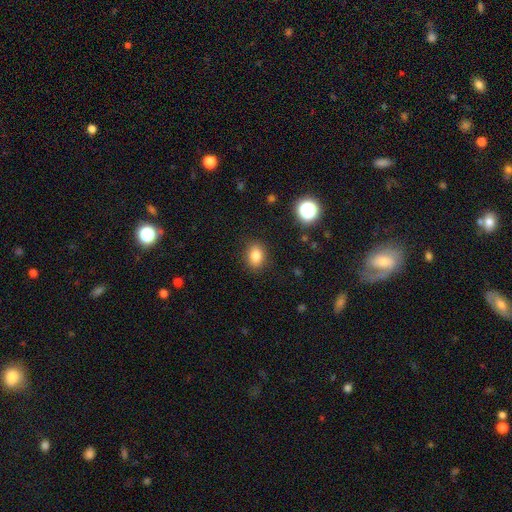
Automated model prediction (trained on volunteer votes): A smooth galaxy with no disk features (83%) that is in between round and cigar-shaped (65%).

Vote fractions:
- Smooth or featured? smooth: 83% / star or artifact: 11% / featured or disk: 6%
- How rounded? in between: 65% / round: 33% / cigar-shaped: 1%
- Merging? none: 87% / minor disturbance: 9% / major disturbance: 3% / merger: 1%